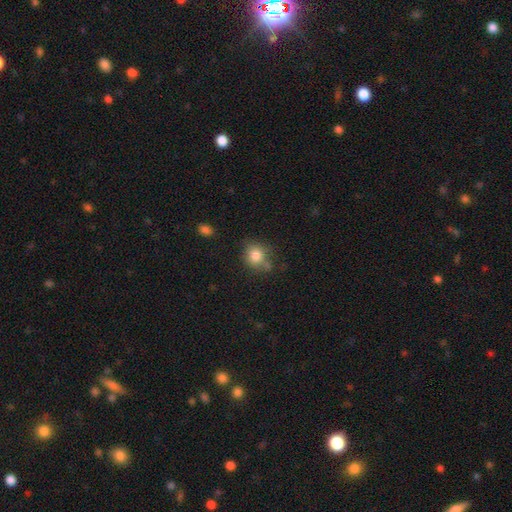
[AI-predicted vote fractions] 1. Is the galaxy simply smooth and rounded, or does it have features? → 82% smooth, 10% star or artifact, 8% featured or disk.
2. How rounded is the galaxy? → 79% round, 20% in between, 1% cigar-shaped.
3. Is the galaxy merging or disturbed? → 66% none, 19% minor disturbance, 10% merger, 6% major disturbance.